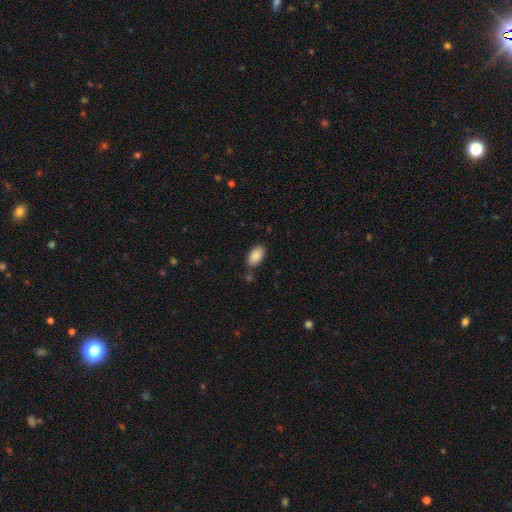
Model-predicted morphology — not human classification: smooth 89%, star or artifact 7%, featured or disk 4%. Down the decision tree: how rounded — in between (94%); merging — none (77%).